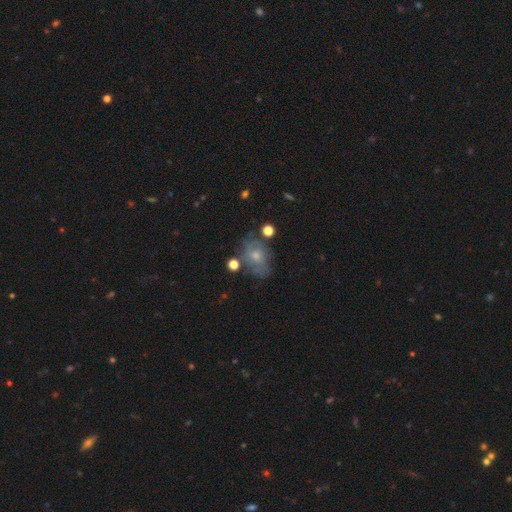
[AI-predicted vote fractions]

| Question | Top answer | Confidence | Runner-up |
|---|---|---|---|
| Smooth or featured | smooth | 53% | featured or disk (36%) |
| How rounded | in between | 67% | round (32%) |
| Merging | none | 54% | minor disturbance (25%) |